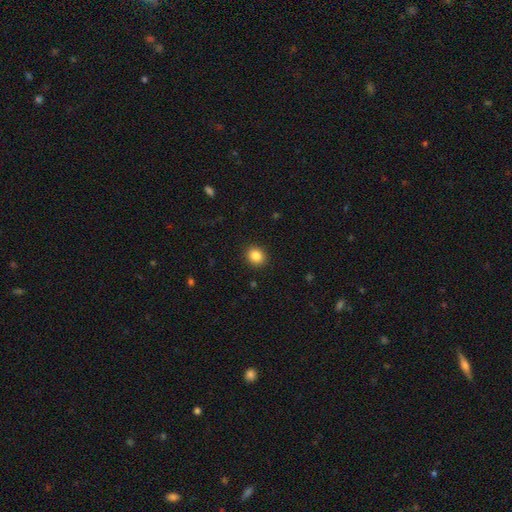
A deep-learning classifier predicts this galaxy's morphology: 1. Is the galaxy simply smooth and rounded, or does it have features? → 86% smooth, 10% star or artifact, 4% featured or disk.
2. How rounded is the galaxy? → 73% round, 26% in between, 1% cigar-shaped.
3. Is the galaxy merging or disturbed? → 91% none, 6% minor disturbance, 2% major disturbance, 1% merger.